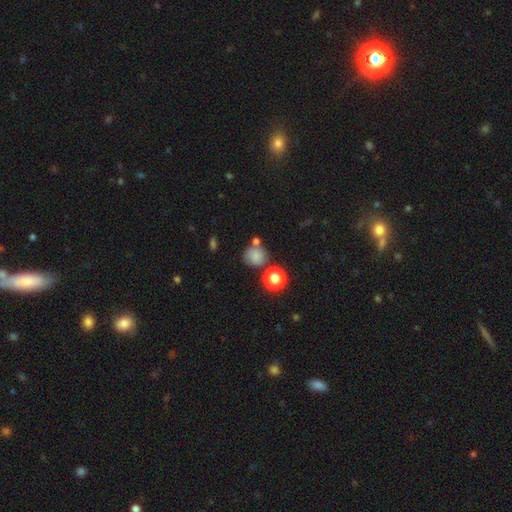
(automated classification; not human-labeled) Smooth or featured: smooth — 77% (star or artifact — 14%)
How rounded: round — 80% (in between — 19%)
Merging: none — 62% (merger — 16%)